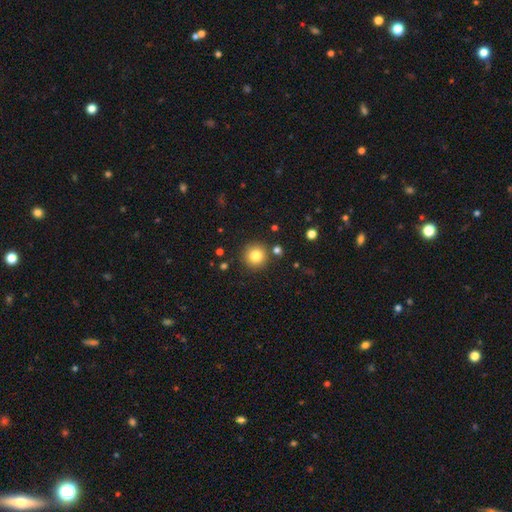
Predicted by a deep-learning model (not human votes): A smooth galaxy with no disk features (82%) that is round (95%).

Vote fractions:
- Smooth or featured? smooth: 82% / star or artifact: 11% / featured or disk: 7%
- How rounded? round: 95% / in between: 4% / cigar-shaped: 1%
- Merging? none: 87% / minor disturbance: 7% / merger: 4% / major disturbance: 2%